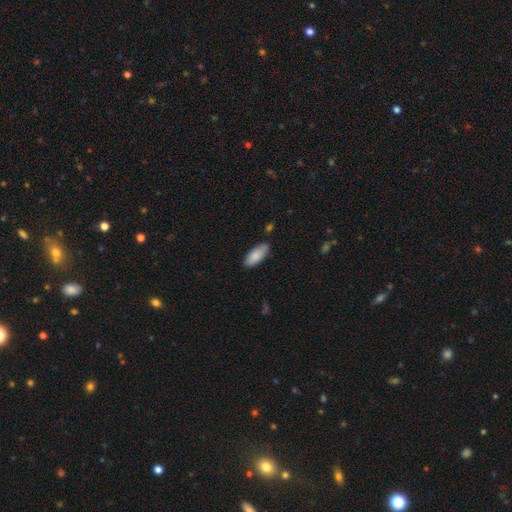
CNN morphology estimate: type=smooth (84%); roundness=in between (84%); merging=none (82%).